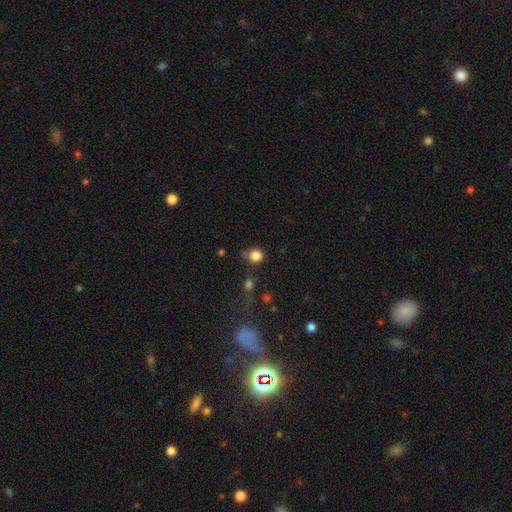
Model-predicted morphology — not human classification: Smooth or featured?
  - smooth: 82% *
  - star or artifact: 13%
  - featured or disk: 5%
How rounded?
  - round: 87% *
  - in between: 12%
  - cigar-shaped: 1%
Merging?
  - none: 62% *
  - minor disturbance: 19%
  - merger: 11%
  - major disturbance: 8%